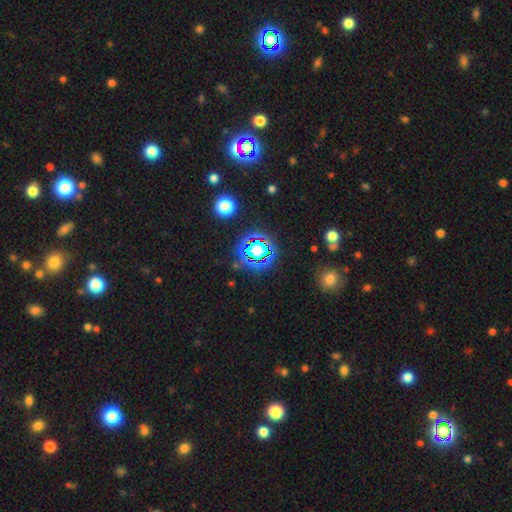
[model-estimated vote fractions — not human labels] Morphology: type=star or artifact (78%).